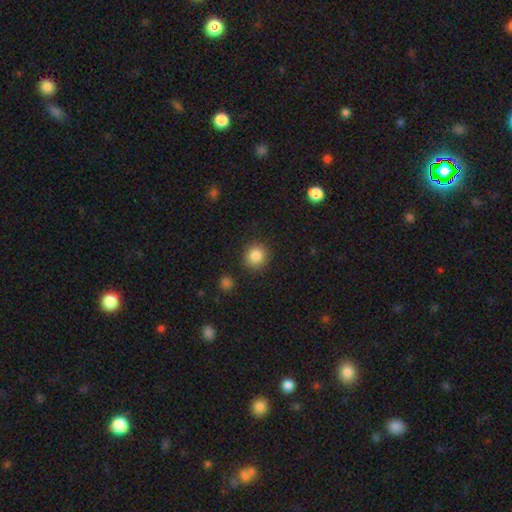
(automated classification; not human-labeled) Morphology: type=smooth (85%); roundness=round (88%); merging=none (89%).